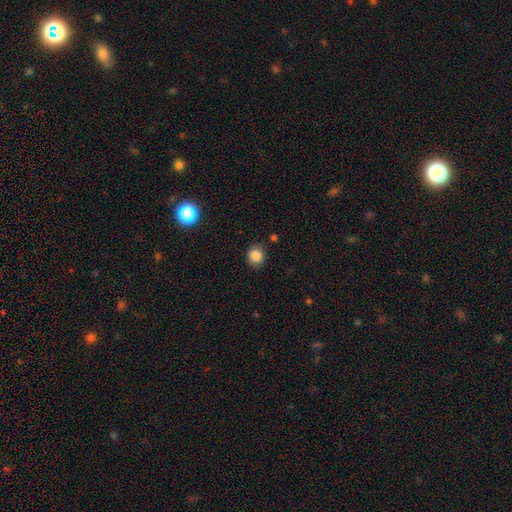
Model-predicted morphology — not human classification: The model was most divided on "how rounded": round: 76%, in between: 23%, cigar-shaped: 1%. More confident: smooth or featured — smooth (85%); merging — none (82%).